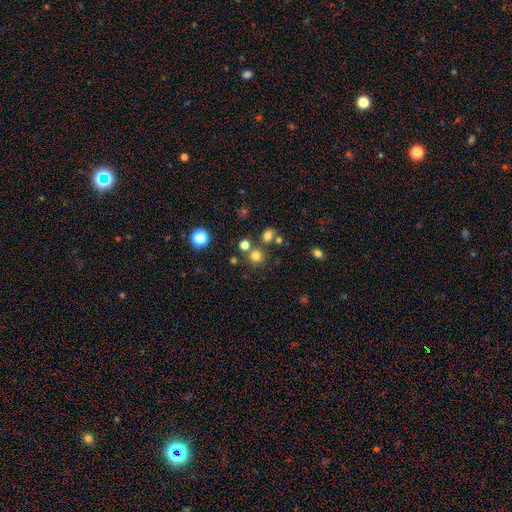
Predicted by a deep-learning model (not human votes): Smooth or featured: smooth — 75% (star or artifact — 19%)
How rounded: round — 92% (in between — 7%)
Merging: none — 76% (merger — 14%)